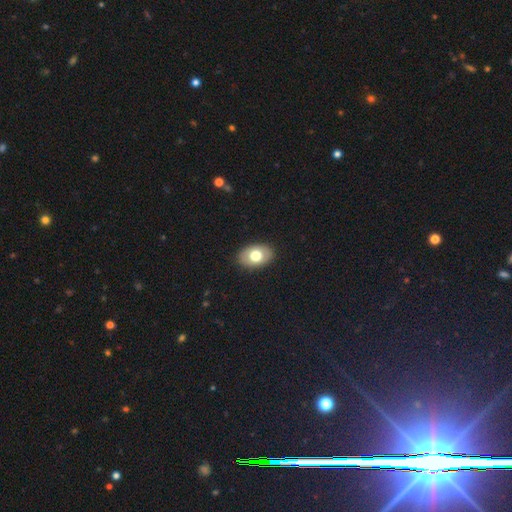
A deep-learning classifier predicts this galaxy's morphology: Smooth or featured? smooth (69%)
How rounded? in between (85%)
Merging? none (88%)